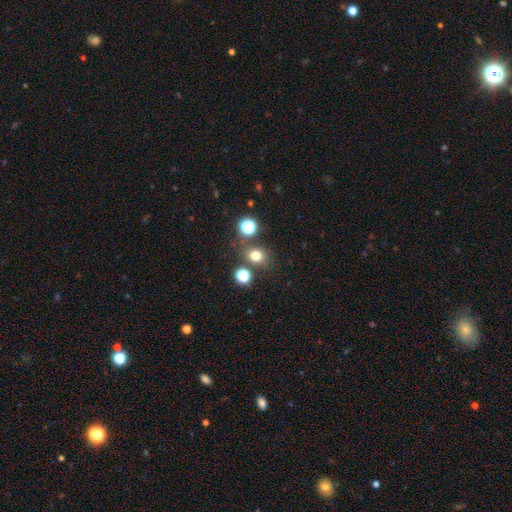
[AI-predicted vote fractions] Morphology: type=smooth (74%); roundness=round (67%); merging=none (74%).